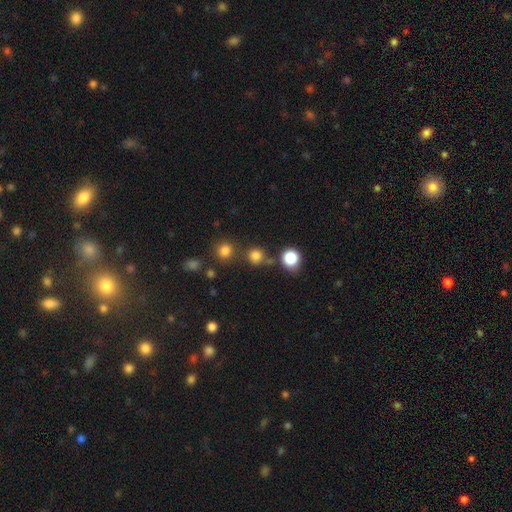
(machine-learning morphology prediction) Smooth or featured?
  - smooth: 78% *
  - star or artifact: 17%
  - featured or disk: 5%
How rounded?
  - round: 88% *
  - in between: 11%
  - cigar-shaped: 1%
Merging?
  - none: 72% *
  - merger: 14%
  - minor disturbance: 10%
  - major disturbance: 4%